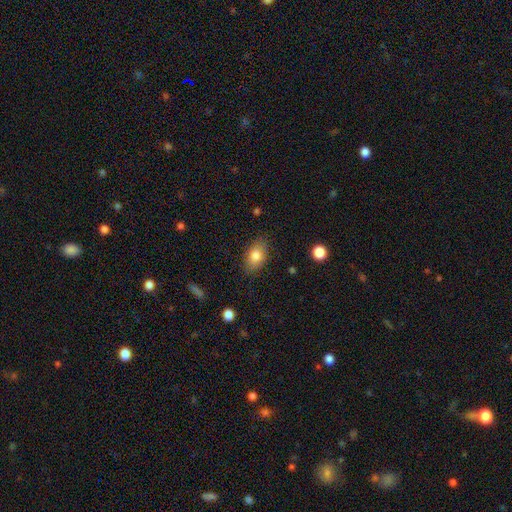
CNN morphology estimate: smooth-or-featured: smooth: 81% | featured or disk: 11% | star or artifact: 8%
  how-rounded: in between: 87% | round: 11% | cigar-shaped: 2%
  merging: none: 82% | minor disturbance: 13% | major disturbance: 3% | merger: 1%